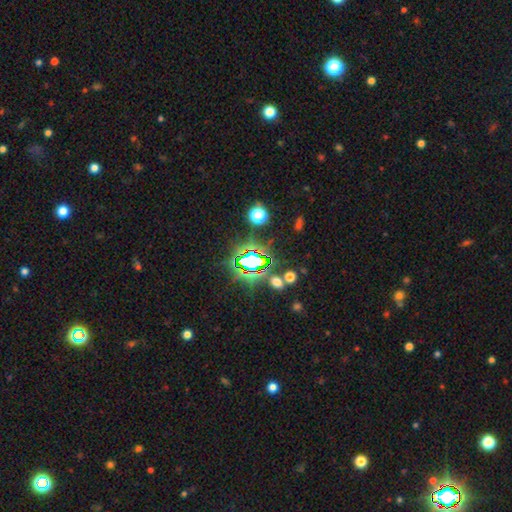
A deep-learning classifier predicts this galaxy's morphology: Smooth or featured?
  - star or artifact: 78% *
  - smooth: 14%
  - featured or disk: 9%